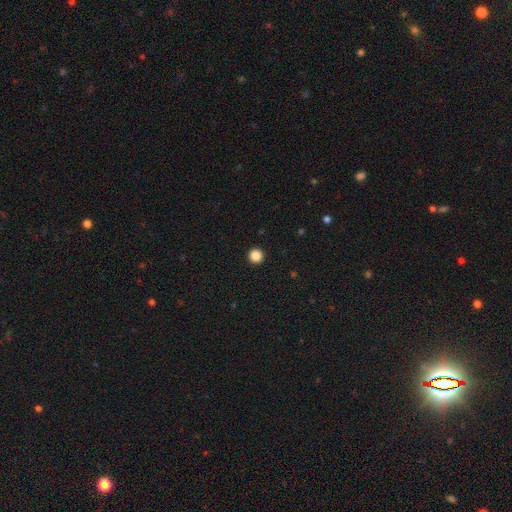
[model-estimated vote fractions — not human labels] A smooth galaxy with no disk features (87%) that is round (96%).

Vote fractions:
- Smooth or featured? smooth: 87% / star or artifact: 11% / featured or disk: 2%
- How rounded? round: 96% / in between: 3% / cigar-shaped: 1%
- Merging? none: 94% / minor disturbance: 4% / major disturbance: 1% / merger: 1%